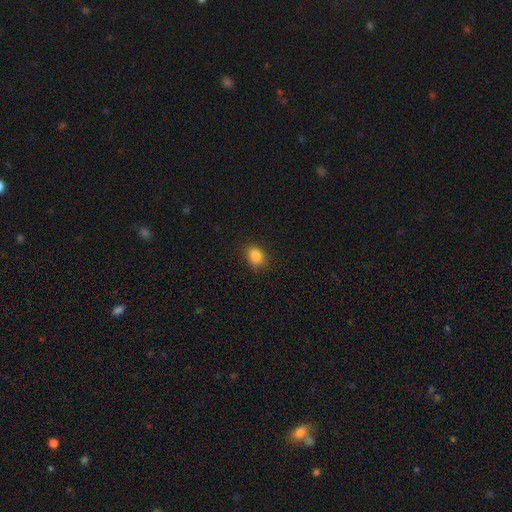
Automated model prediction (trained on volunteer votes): Q: Smooth or featured?
A: smooth (85%); runner-up: star or artifact (11%)
Q: How rounded?
A: in between (59%); runner-up: round (39%)
Q: Merging?
A: none (77%); runner-up: minor disturbance (17%)